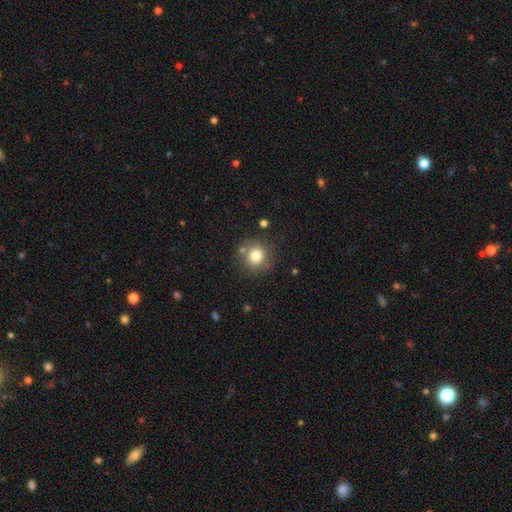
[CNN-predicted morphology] Overall: smooth (80%). How rounded: round (91%). Merging: none (79%).